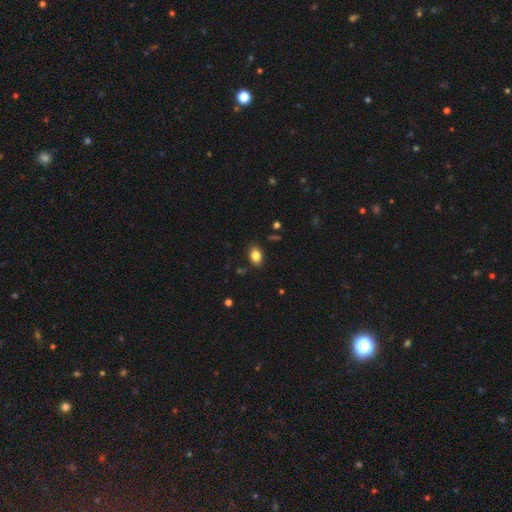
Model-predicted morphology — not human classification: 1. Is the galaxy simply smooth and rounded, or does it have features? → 83% smooth, 9% star or artifact, 8% featured or disk.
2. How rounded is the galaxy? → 86% in between, 12% round, 2% cigar-shaped.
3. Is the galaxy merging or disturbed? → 85% none, 11% minor disturbance, 2% major disturbance, 1% merger.